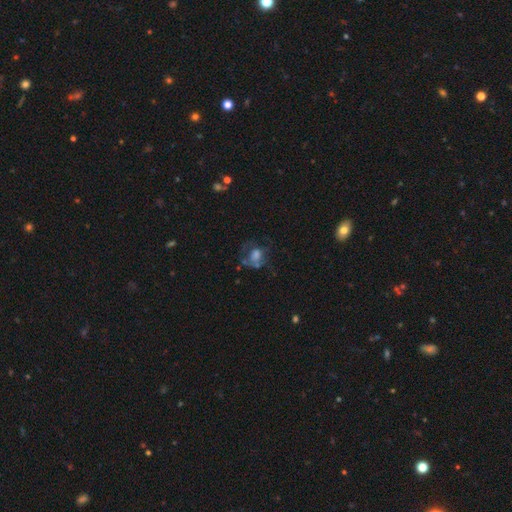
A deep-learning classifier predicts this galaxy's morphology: Smooth or featured?
  - featured or disk: 43% *
  - smooth: 42%
  - star or artifact: 14%
Merging?
  - major disturbance: 38% *
  - none: 36%
  - minor disturbance: 20%
  - merger: 6%